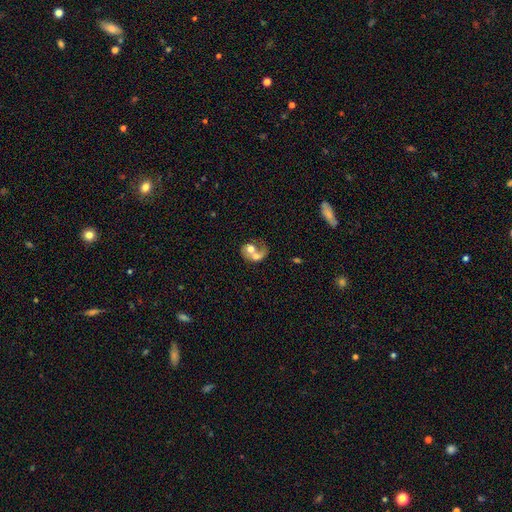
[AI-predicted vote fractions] Overall: featured or disk (47%; smooth 45%). Merging: merger (70%).